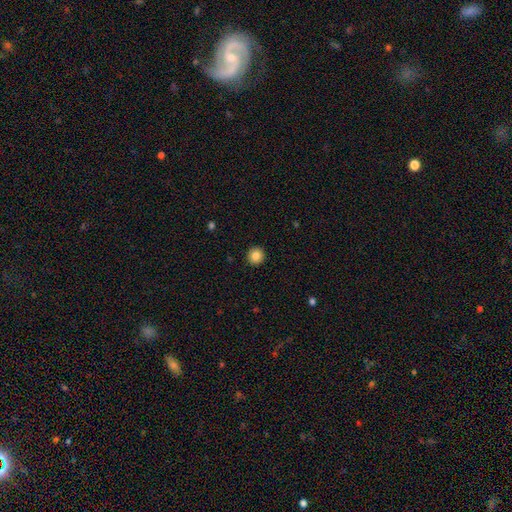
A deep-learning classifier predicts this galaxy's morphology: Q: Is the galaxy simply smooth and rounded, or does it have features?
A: smooth — 86%.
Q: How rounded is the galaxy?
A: round — 94%.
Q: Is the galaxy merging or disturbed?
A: none — 93%.